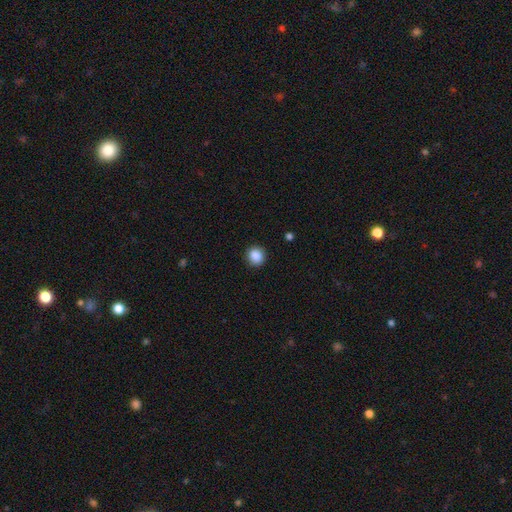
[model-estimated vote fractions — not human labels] A smooth galaxy with no disk features (88%) that is round (89%). Merging: none (91%).